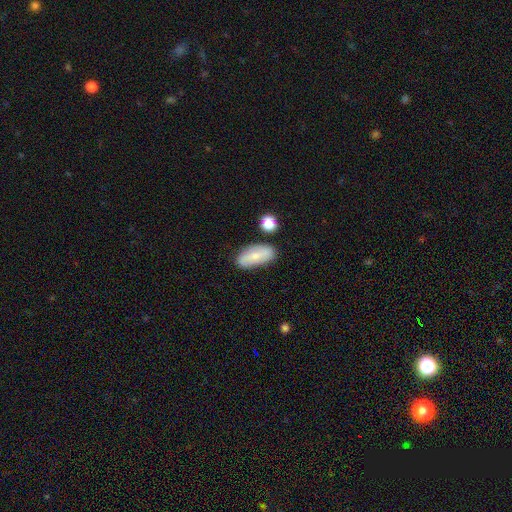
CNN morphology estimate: type=smooth (65%); roundness=in between (84%); merging=none (78%).